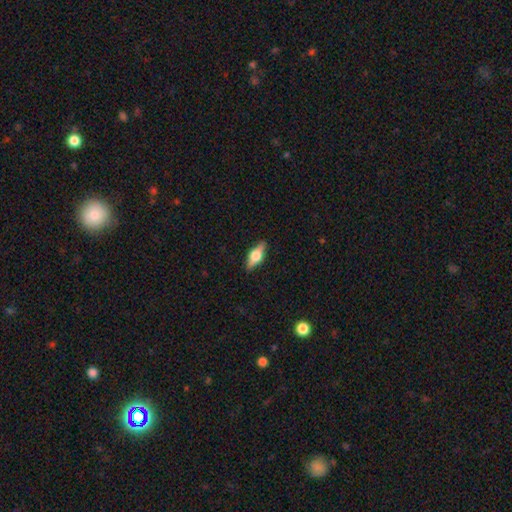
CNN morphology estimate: smooth-or-featured: featured or disk: 54% | smooth: 39% | star or artifact: 7%
  disk-edge-on: yes: 93% | no: 7%
    edge-on-bulge: rounded: 93% | boxy: 5% | none: 1%
  merging: none: 88% | minor disturbance: 9% | major disturbance: 2% | merger: 1%